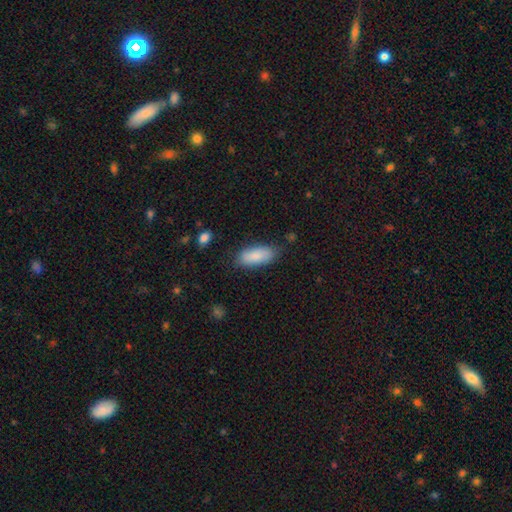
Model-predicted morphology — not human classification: Smooth or featured? smooth (85%)
How rounded? in between (84%)
Merging? none (79%)